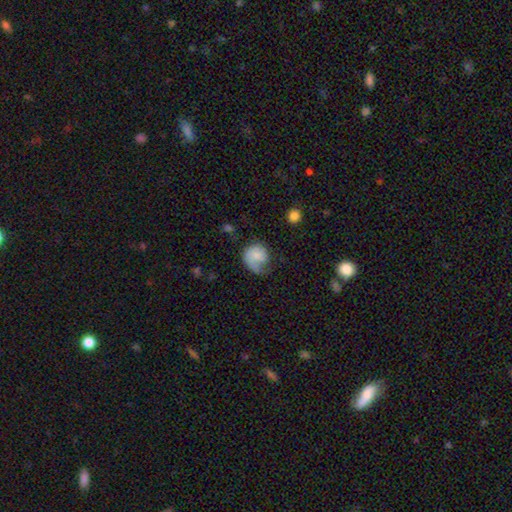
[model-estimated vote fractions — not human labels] Morphology: type=smooth (56%); roundness=round (73%); merging=none (37%).